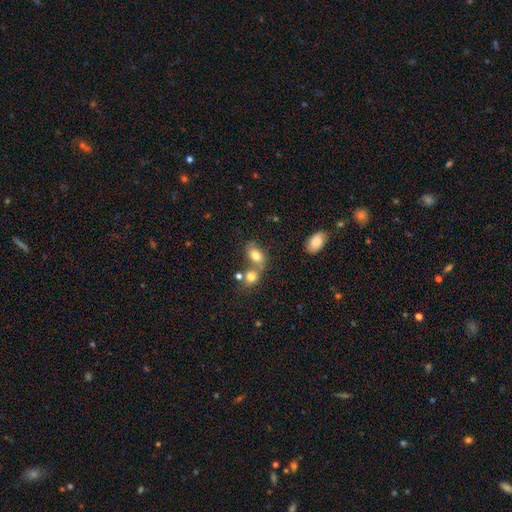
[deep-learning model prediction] smooth_or_featured: smooth (p=0.77) [alt: featured or disk p=0.12]
how_rounded: in between (p=0.78) [alt: round p=0.20]
merging: merger (p=0.42) [alt: none p=0.40]